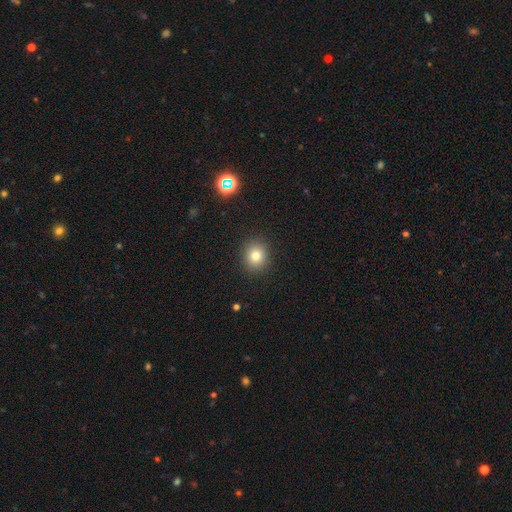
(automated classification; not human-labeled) A smooth galaxy with no disk features (79%) that is round (79%).

Vote fractions:
- Smooth or featured? smooth: 79% / star or artifact: 13% / featured or disk: 8%
- How rounded? round: 79% / in between: 20% / cigar-shaped: 1%
- Merging? none: 90% / minor disturbance: 7% / major disturbance: 2% / merger: 1%